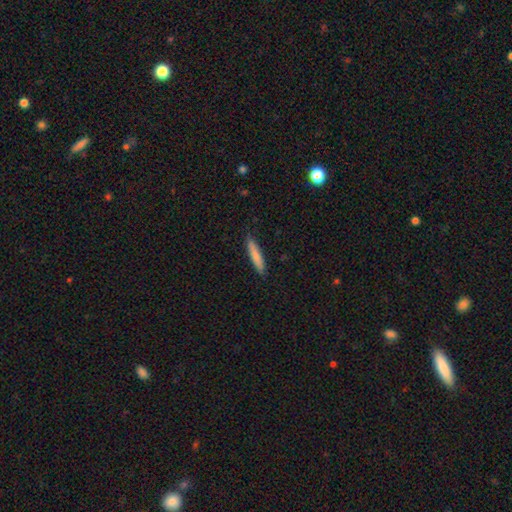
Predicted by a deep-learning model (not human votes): Smooth or featured: smooth — 79% (featured or disk — 15%)
How rounded: cigar-shaped — 89% (in between — 10%)
Merging: none — 87% (minor disturbance — 10%)